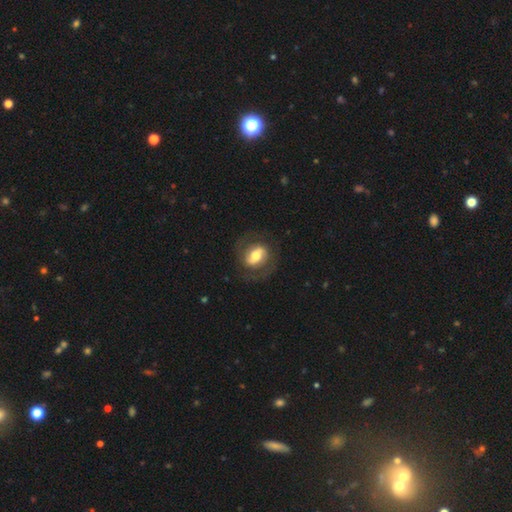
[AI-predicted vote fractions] Smooth or featured? Predicted: featured or disk (p=0.65). Edge-on disk? Predicted: no (p=0.95). Bar? Predicted: strong (p=0.40). Spiral arms? Predicted: yes (p=0.77). Bulge size? Predicted: moderate (p=0.59). Merging? Predicted: none (p=0.73).